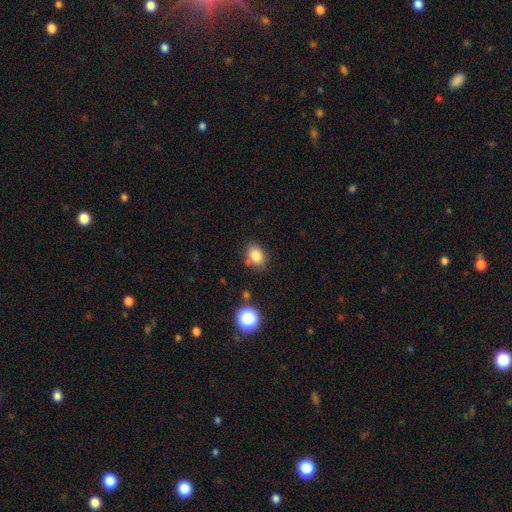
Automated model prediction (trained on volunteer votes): Overall: smooth (83%). How rounded: in between (68%; round 31%). Merging: none (76%).